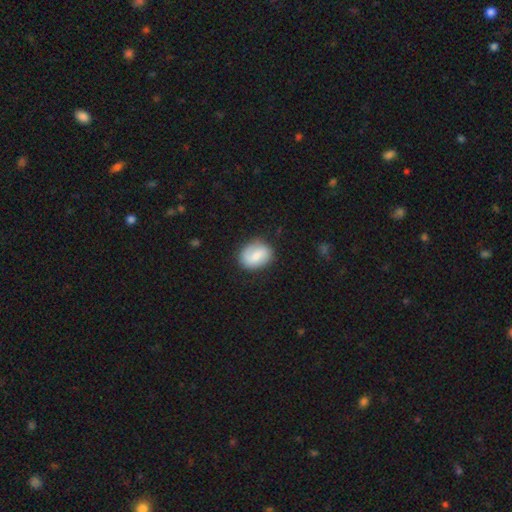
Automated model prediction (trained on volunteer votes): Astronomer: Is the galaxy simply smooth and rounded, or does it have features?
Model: smooth — 60%.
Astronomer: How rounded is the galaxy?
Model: in between — 58% (runner-up: round, 41%).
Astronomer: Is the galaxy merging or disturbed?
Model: none — 77%.